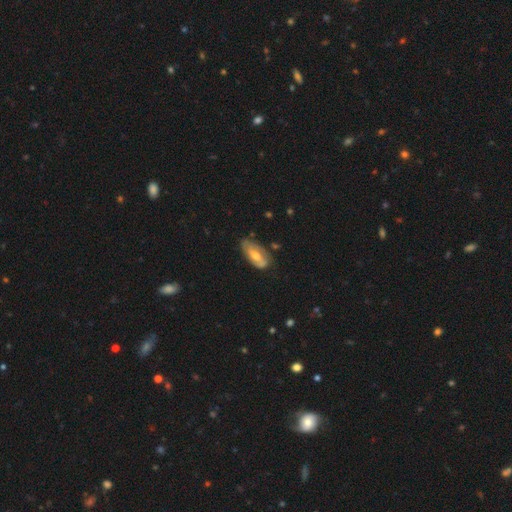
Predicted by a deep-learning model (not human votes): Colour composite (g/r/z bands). It shows a smooth galaxy with no disk features (47%, tied with featured or disk). Merging: none (59%).